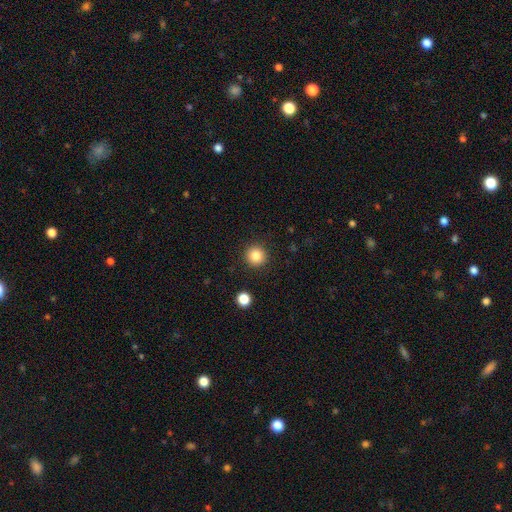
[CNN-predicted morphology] Smooth or featured? Predicted: smooth (p=0.85). How rounded? Predicted: round (p=0.95). Merging? Predicted: none (p=0.92).